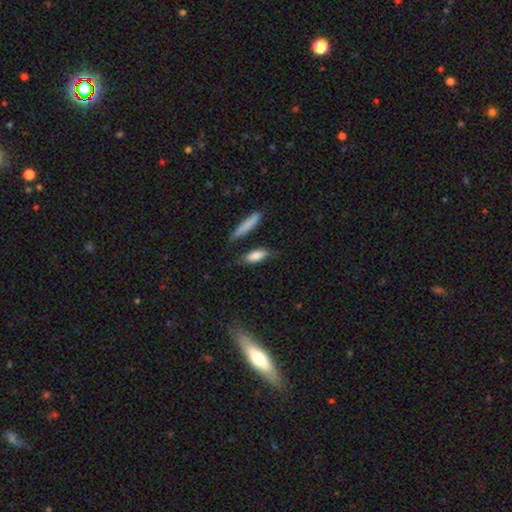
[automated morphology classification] A smooth galaxy with no disk features (82%) that is in between round and cigar-shaped (65%).

Vote fractions:
- Smooth or featured? smooth: 82% / featured or disk: 11% / star or artifact: 7%
- How rounded? in between: 65% / cigar-shaped: 32% / round: 3%
- Merging? none: 71% / minor disturbance: 18% / merger: 6% / major disturbance: 5%